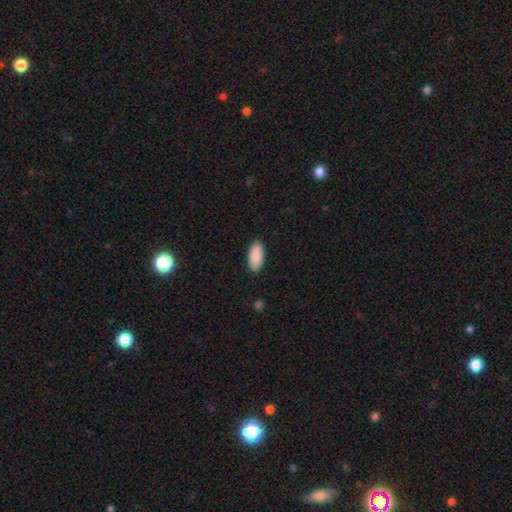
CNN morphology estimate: smooth 91%, star or artifact 6%, featured or disk 3%. Down the decision tree: how rounded — in between (91%); merging — none (89%).